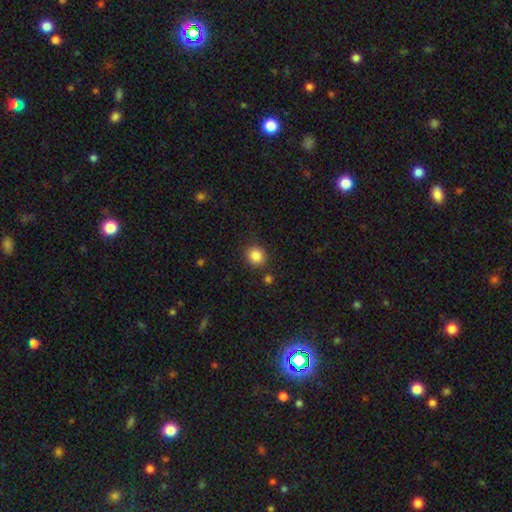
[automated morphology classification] Smooth or featured?
  - smooth: 86% *
  - star or artifact: 10%
  - featured or disk: 4%
How rounded?
  - round: 82% *
  - in between: 17%
  - cigar-shaped: 1%
Merging?
  - none: 86% *
  - minor disturbance: 8%
  - merger: 3%
  - major disturbance: 2%